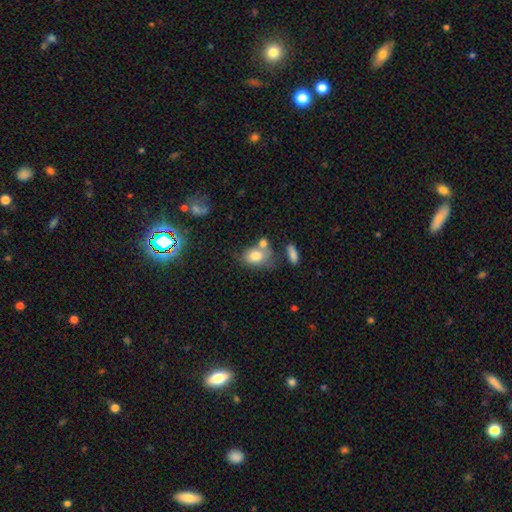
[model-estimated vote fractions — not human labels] Smooth or featured? smooth (78%)
How rounded? in between (69%)
Merging? none (44%)